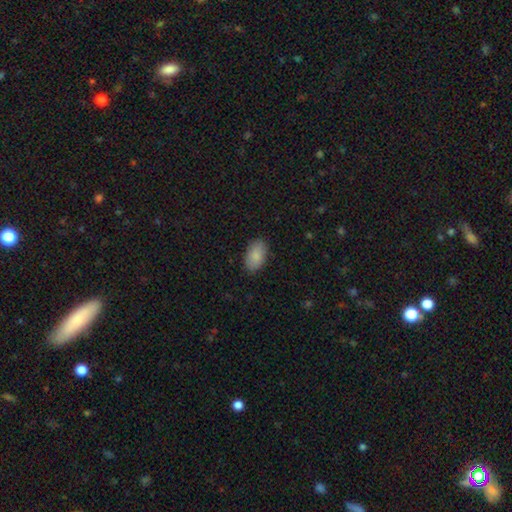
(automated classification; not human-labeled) Morphology: type=smooth (87%); roundness=in between (93%); merging=none (85%).